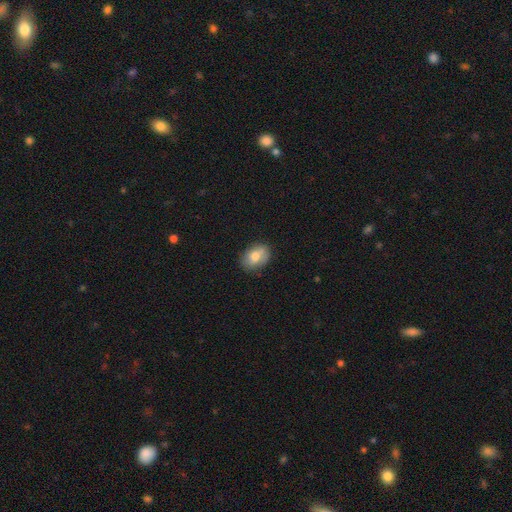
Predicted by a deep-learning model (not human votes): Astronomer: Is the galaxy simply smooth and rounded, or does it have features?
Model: smooth — 75%.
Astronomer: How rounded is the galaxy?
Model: in between — 77%.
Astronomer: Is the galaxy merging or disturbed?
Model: none — 78%.